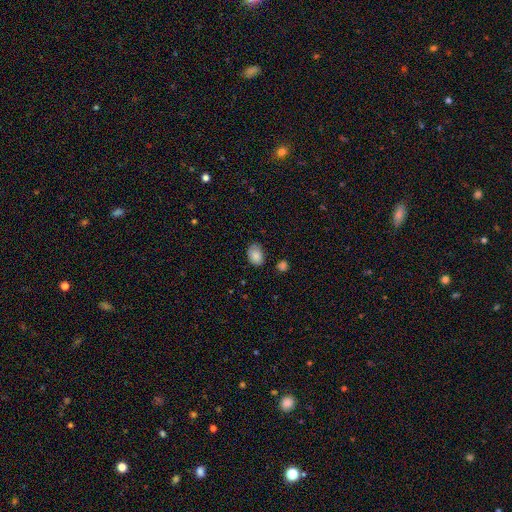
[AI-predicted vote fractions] Q: Smooth or featured?
A: smooth (85%); runner-up: star or artifact (8%)
Q: How rounded?
A: in between (77%); runner-up: round (22%)
Q: Merging?
A: none (69%); runner-up: minor disturbance (24%)